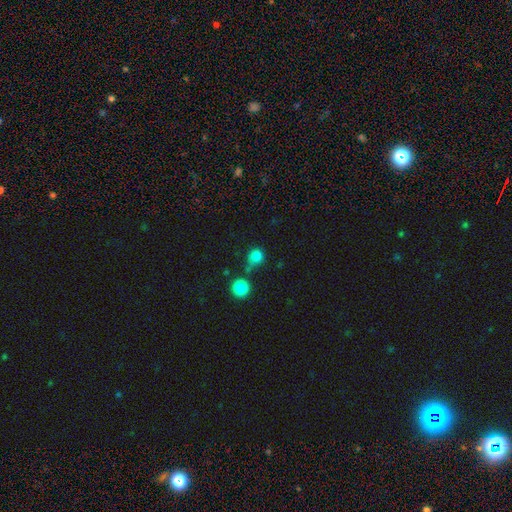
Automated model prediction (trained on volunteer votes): Smooth or featured? Predicted: smooth (p=0.81). How rounded? Predicted: round (p=0.87). Merging? Predicted: none (p=0.59).